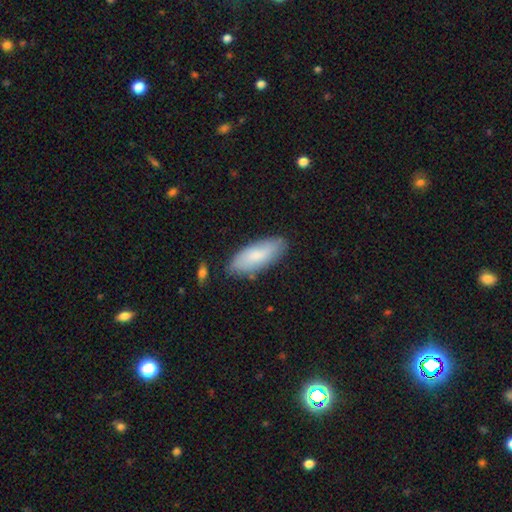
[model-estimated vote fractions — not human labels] smooth_or_featured: smooth (p=0.79) [alt: featured or disk p=0.15]
how_rounded: in between (p=0.79) [alt: cigar-shaped p=0.20]
merging: none (p=0.81) [alt: minor disturbance p=0.14]